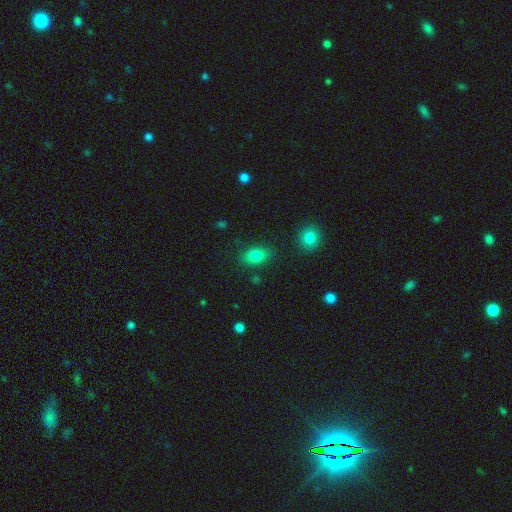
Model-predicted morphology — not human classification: Smooth or featured: smooth — 82% (star or artifact — 10%)
How rounded: in between — 81% (round — 16%)
Merging: none — 83% (minor disturbance — 11%)